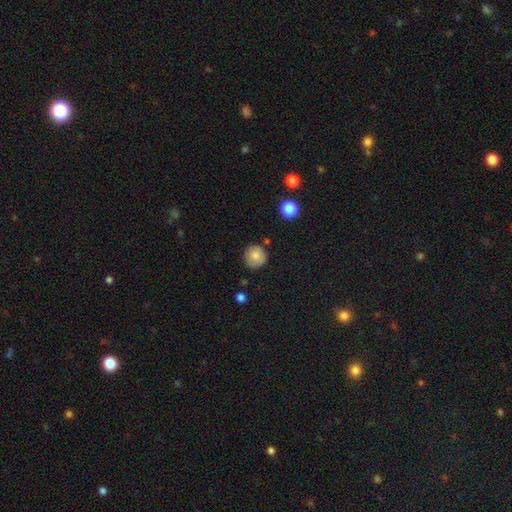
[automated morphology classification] Smooth or featured? Predicted: smooth (p=0.82). How rounded? Predicted: round (p=0.92). Merging? Predicted: none (p=0.79).